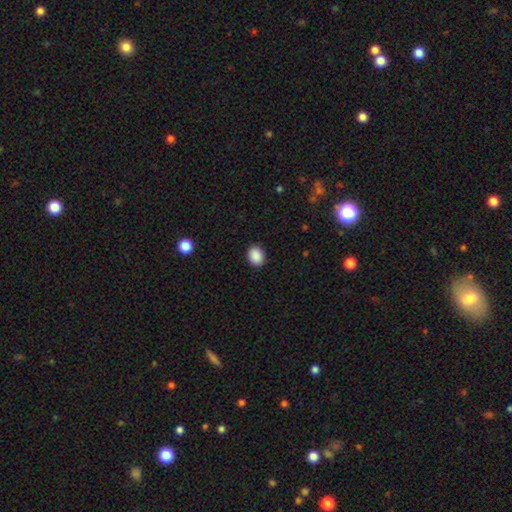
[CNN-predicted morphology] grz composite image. It shows a smooth galaxy with no disk features (90%) that is in between round and cigar-shaped (52%). Merging: none (90%).